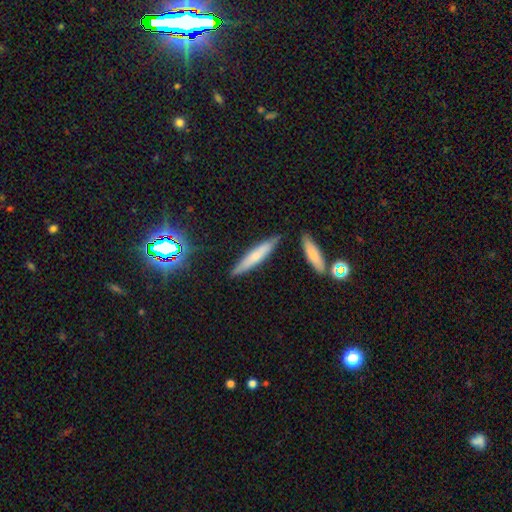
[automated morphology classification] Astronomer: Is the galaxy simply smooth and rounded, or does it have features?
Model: smooth — 62%.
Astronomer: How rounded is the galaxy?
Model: cigar-shaped — 89%.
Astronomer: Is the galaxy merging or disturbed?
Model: none — 83%.